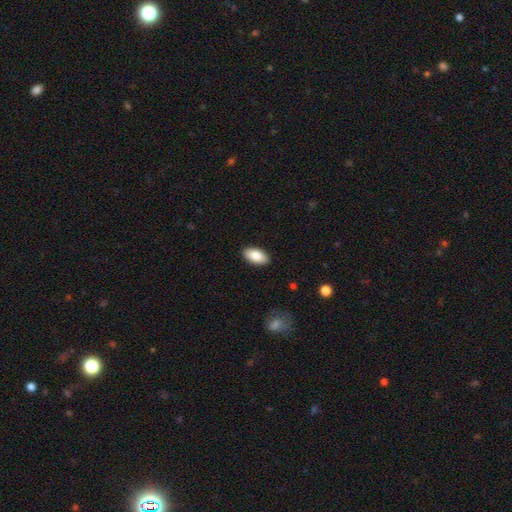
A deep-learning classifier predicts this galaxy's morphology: Smooth or featured: smooth — 87% (featured or disk — 7%)
How rounded: in between — 94% (cigar-shaped — 3%)
Merging: none — 90% (minor disturbance — 8%)